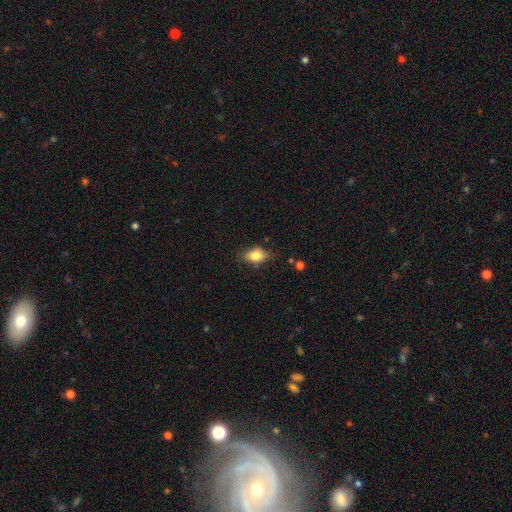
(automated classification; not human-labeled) Smooth or featured: smooth — 77% (featured or disk — 14%)
How rounded: in between — 81% (round — 13%)
Merging: none — 70% (minor disturbance — 23%)